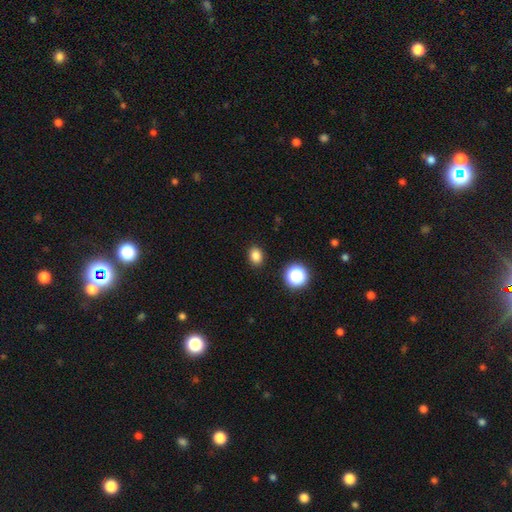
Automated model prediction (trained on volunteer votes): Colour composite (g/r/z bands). It shows a smooth galaxy with no disk features (83%) that is in between round and cigar-shaped (54%). Merging: none (89%).